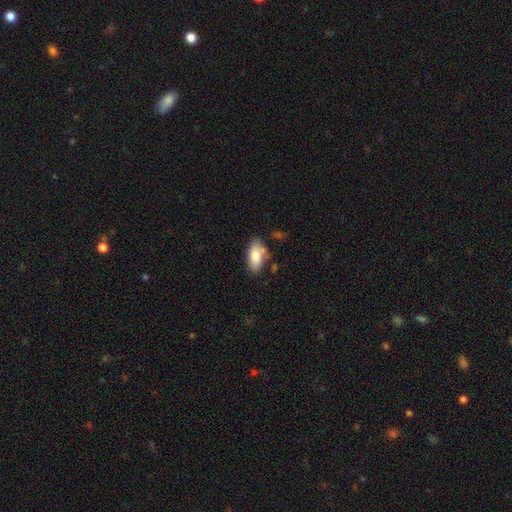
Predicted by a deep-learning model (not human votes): Q: Smooth or featured?
A: smooth (82%); runner-up: featured or disk (12%)
Q: How rounded?
A: in between (92%); runner-up: cigar-shaped (5%)
Q: Merging?
A: none (63%); runner-up: minor disturbance (22%)